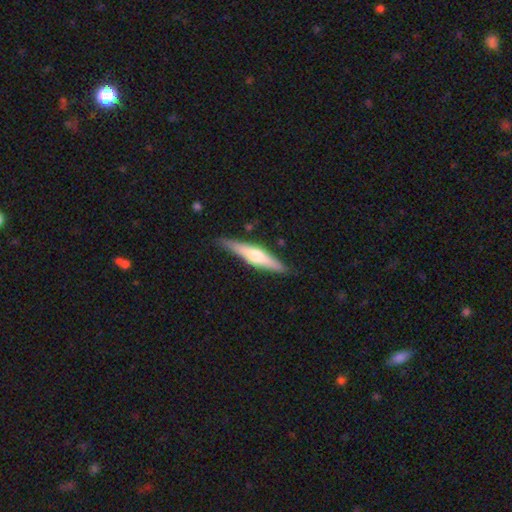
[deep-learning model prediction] Overall: featured or disk (56%; smooth 38%). Edge-on disk: yes (94%). Edge-on bulge: rounded (89%). Merging: none (86%).